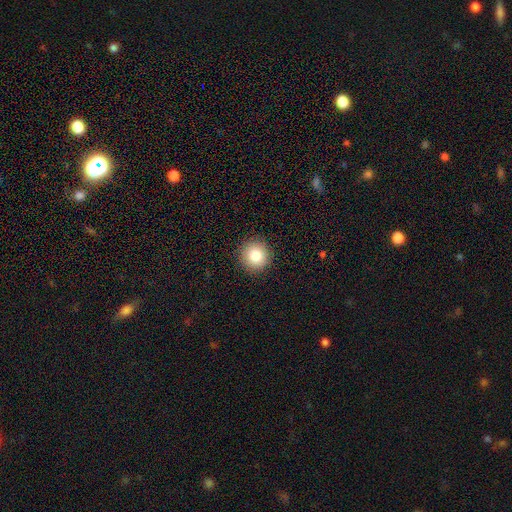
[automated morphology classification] smooth_or_featured: smooth (p=0.83) [alt: star or artifact p=0.10]
how_rounded: round (p=0.94) [alt: in between p=0.05]
merging: none (p=0.92) [alt: minor disturbance p=0.05]